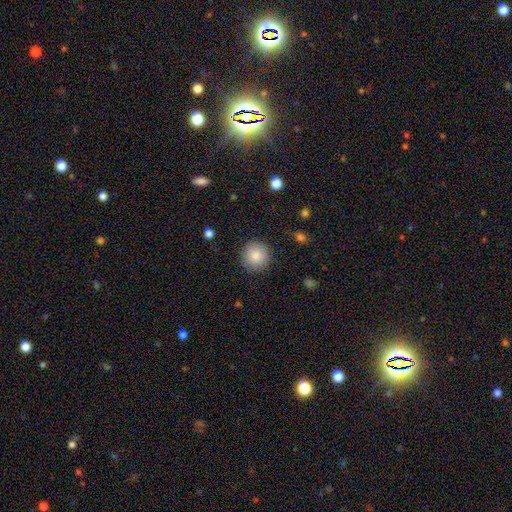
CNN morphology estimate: smooth_or_featured: smooth (p=0.85) [alt: star or artifact p=0.08]
how_rounded: round (p=0.94) [alt: in between p=0.05]
merging: none (p=0.90) [alt: minor disturbance p=0.07]